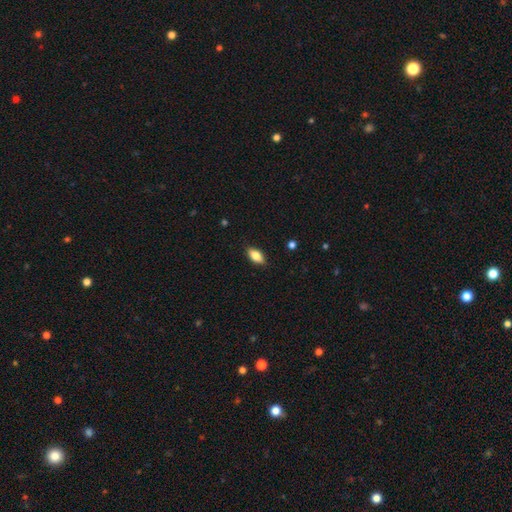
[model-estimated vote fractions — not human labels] A smooth galaxy with no disk features (80%) that is in between round and cigar-shaped (88%). Merging: none (87%).